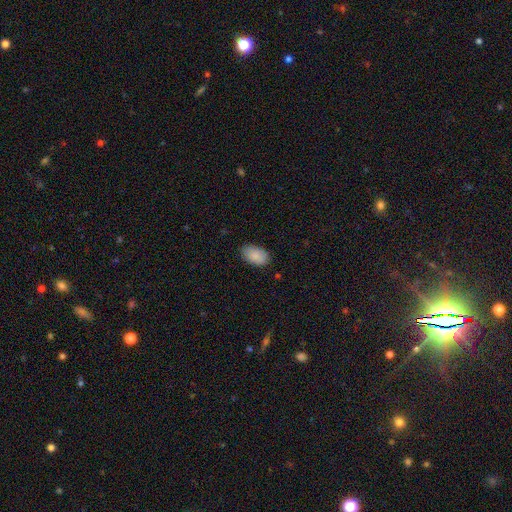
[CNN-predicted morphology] type=smooth (89%); roundness=in between (94%); merging=none (85%).